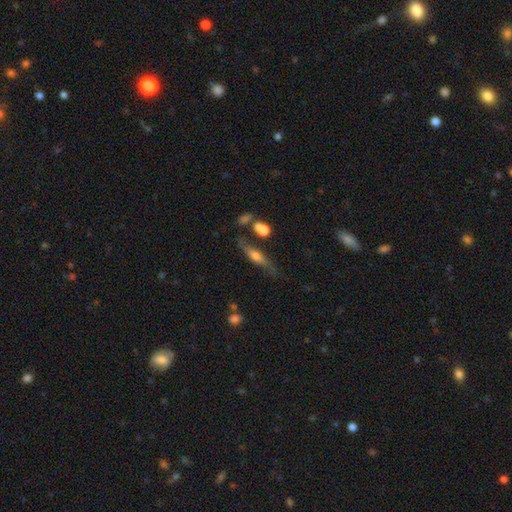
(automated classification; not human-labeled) This appears to be a featured or disk galaxy (49%). Merging: none (62%).